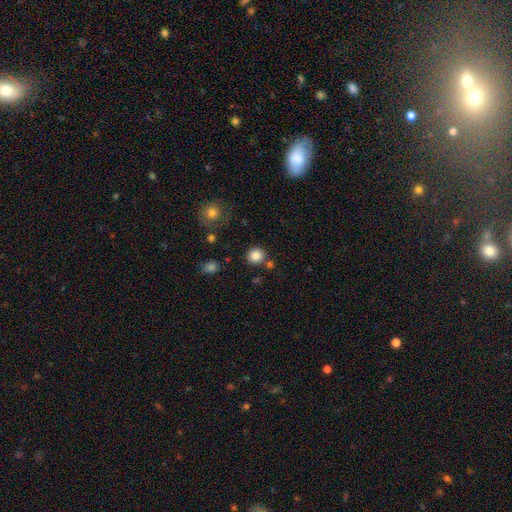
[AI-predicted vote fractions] Smooth or featured? smooth (85%)
How rounded? round (90%)
Merging? none (82%)